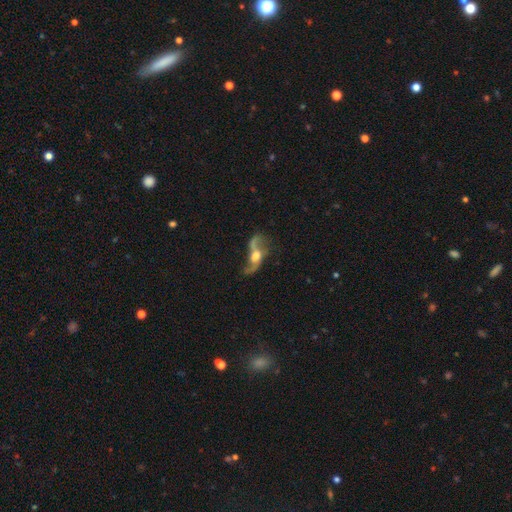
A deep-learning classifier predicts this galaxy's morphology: The model was most divided on "bulge size": moderate: 53%, large: 30%, small: 10%, none: 3%, dominant: 3%. More confident: spiral arm count — 2 (90%); edge-on disk — no (89%); spiral arms — yes (88%); spiral winding — loose (84%); smooth or featured — featured or disk (79%); bar — no (56%); merging — none (55%).